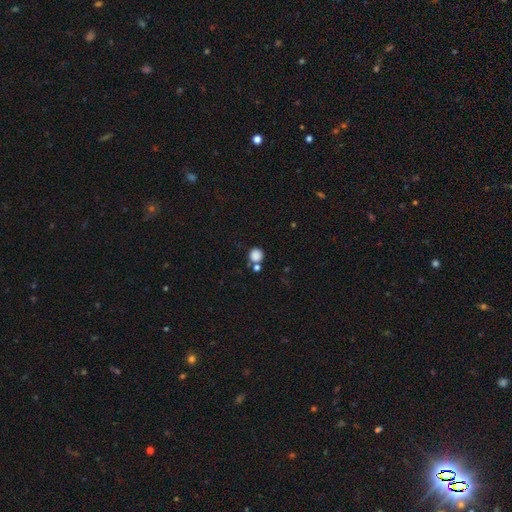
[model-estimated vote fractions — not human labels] Smooth or featured?
  - smooth: 85% *
  - star or artifact: 11%
  - featured or disk: 4%
How rounded?
  - round: 89% *
  - in between: 10%
  - cigar-shaped: 1%
Merging?
  - none: 68% *
  - merger: 18%
  - minor disturbance: 10%
  - major disturbance: 4%